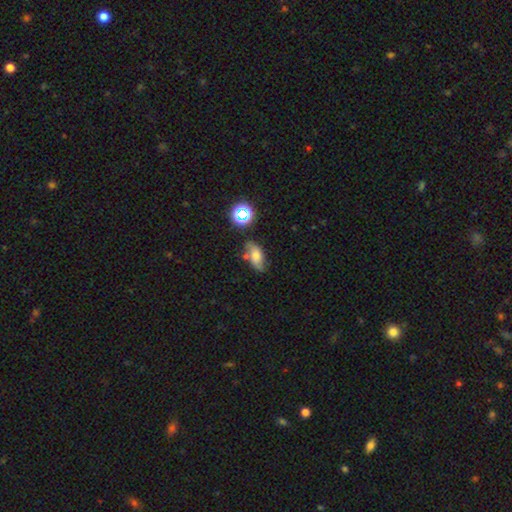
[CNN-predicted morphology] smooth_or_featured: smooth (p=0.53) [alt: featured or disk p=0.31]
how_rounded: in between (p=0.82) [alt: round p=0.10]
merging: none (p=0.58) [alt: minor disturbance p=0.25]